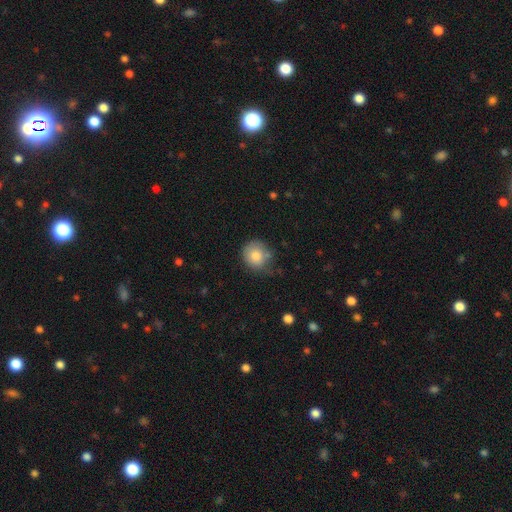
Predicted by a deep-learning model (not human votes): Q: Smooth or featured?
A: smooth (81%); runner-up: featured or disk (11%)
Q: How rounded?
A: round (81%); runner-up: in between (18%)
Q: Merging?
A: none (61%); runner-up: minor disturbance (28%)